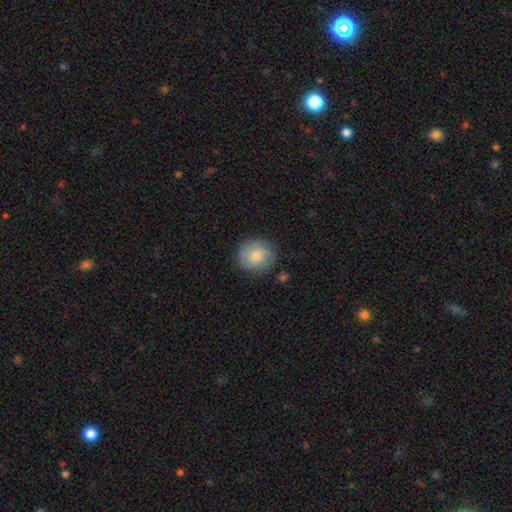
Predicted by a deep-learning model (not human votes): Smooth or featured? Predicted: smooth (p=0.75). How rounded? Predicted: round (p=0.86). Merging? Predicted: none (p=0.79).